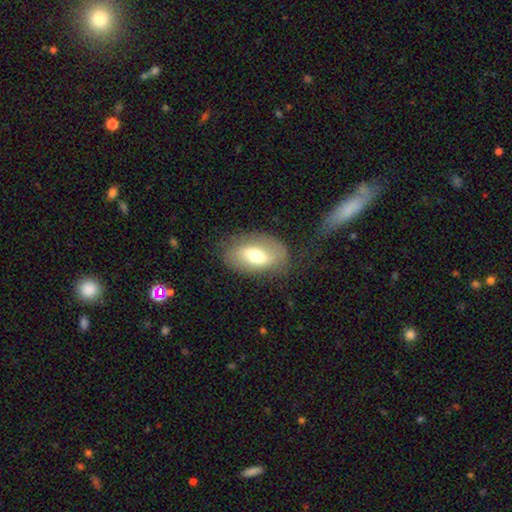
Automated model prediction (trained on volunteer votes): This appears to be a smooth galaxy with no disk features (53%) that is in between round and cigar-shaped (88%). Merging: none (72%).